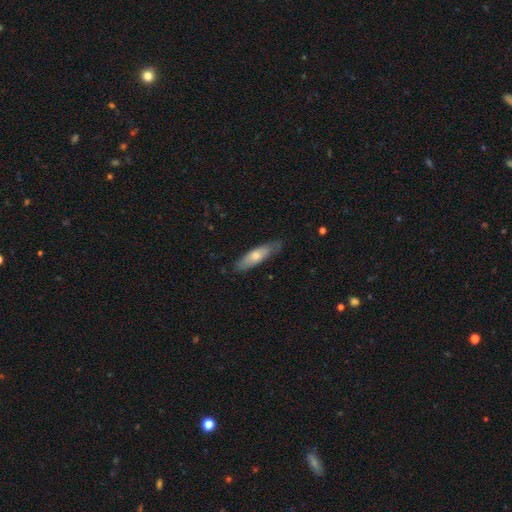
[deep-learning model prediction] Morphology: type=smooth (68%); roundness=cigar-shaped (62%); merging=none (76%).